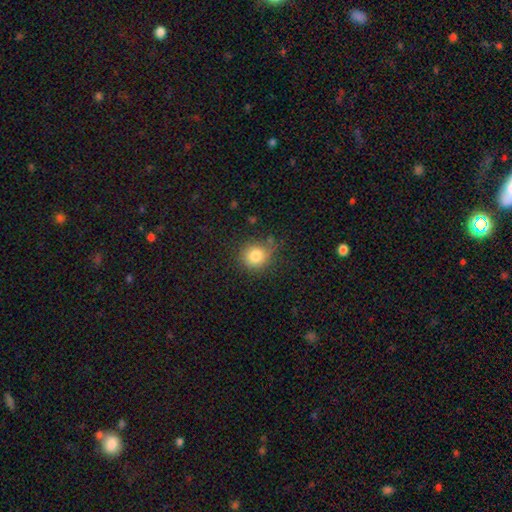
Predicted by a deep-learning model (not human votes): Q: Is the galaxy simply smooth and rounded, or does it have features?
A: smooth — 82%.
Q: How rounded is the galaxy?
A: round — 85%.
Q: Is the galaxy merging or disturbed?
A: none — 72%.